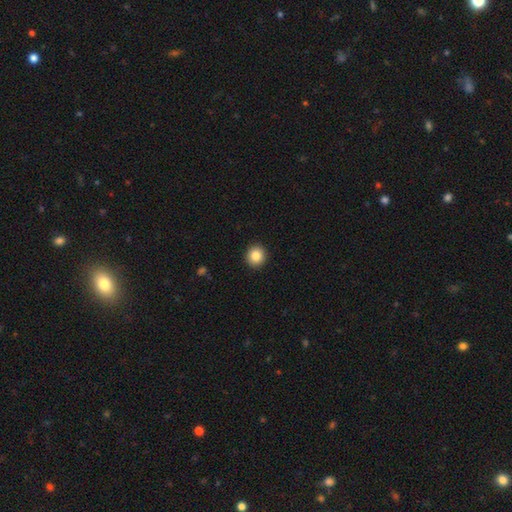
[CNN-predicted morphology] A smooth galaxy with no disk features (85%) that is round (91%). Merging: none (93%).